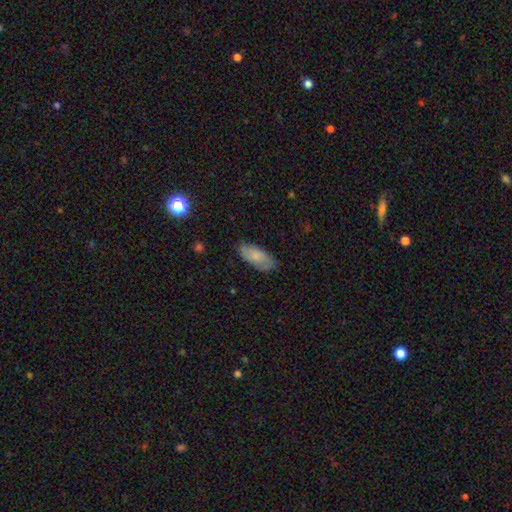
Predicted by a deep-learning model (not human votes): Smooth or featured?
  - smooth: 74% *
  - featured or disk: 20%
  - star or artifact: 6%
How rounded?
  - in between: 87% *
  - cigar-shaped: 10%
  - round: 2%
Merging?
  - none: 79% *
  - minor disturbance: 17%
  - major disturbance: 3%
  - merger: 1%